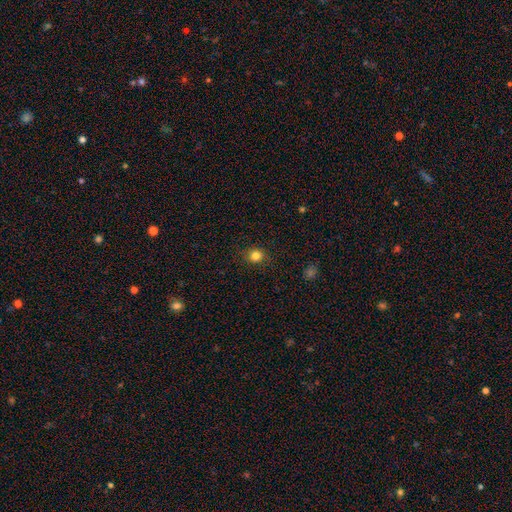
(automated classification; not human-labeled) Smooth or featured? smooth (83%)
How rounded? round (84%)
Merging? none (88%)